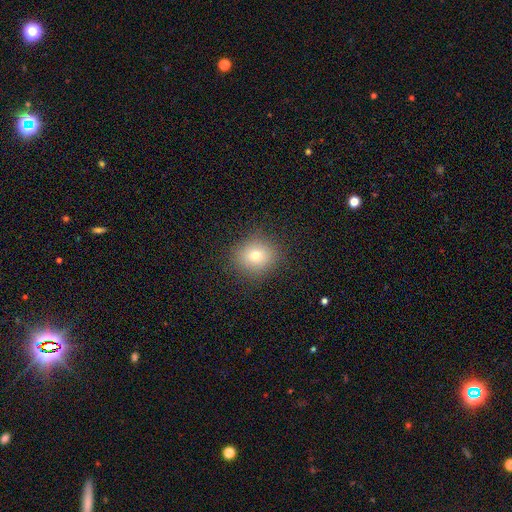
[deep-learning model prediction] Q: Smooth or featured?
A: smooth (73%); runner-up: star or artifact (15%)
Q: How rounded?
A: round (83%); runner-up: in between (16%)
Q: Merging?
A: none (87%); runner-up: minor disturbance (8%)